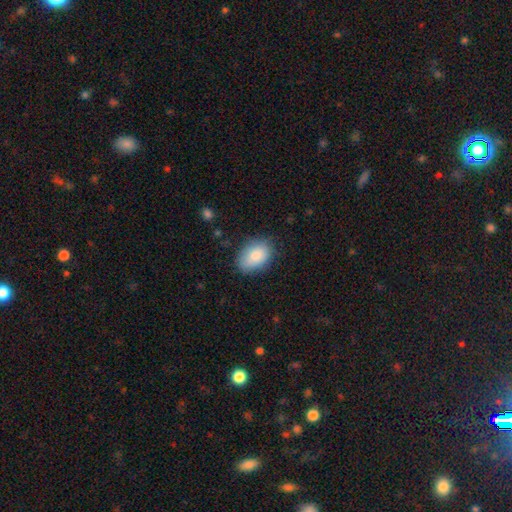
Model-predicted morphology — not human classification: Smooth or featured?
  - smooth: 84% *
  - featured or disk: 10%
  - star or artifact: 7%
How rounded?
  - in between: 86% *
  - round: 12%
  - cigar-shaped: 1%
Merging?
  - none: 78% *
  - minor disturbance: 17%
  - major disturbance: 4%
  - merger: 1%